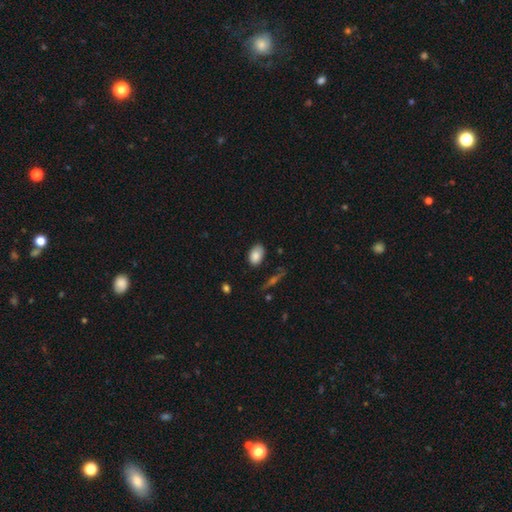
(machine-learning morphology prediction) smooth 85%, star or artifact 8%, featured or disk 7%. Down the decision tree: how rounded — in between (88%); merging — none (77%).